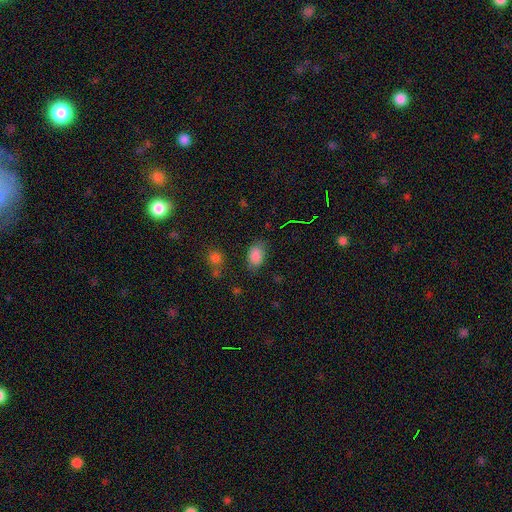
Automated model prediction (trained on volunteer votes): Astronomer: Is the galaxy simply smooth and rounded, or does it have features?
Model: smooth — 85%.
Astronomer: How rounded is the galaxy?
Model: in between — 86%.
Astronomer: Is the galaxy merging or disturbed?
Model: none — 77%.